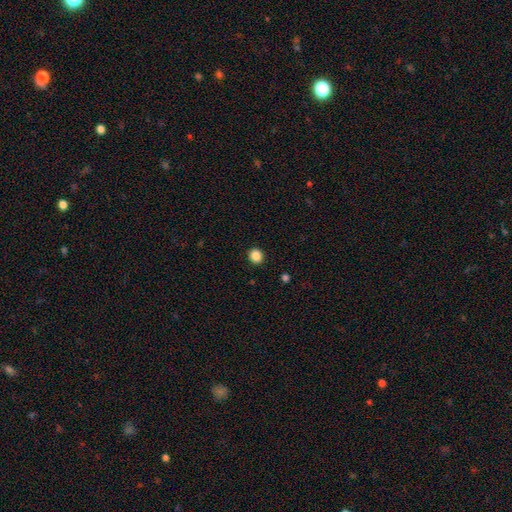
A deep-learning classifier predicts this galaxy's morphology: Smooth or featured?
  - smooth: 87% *
  - star or artifact: 10%
  - featured or disk: 3%
How rounded?
  - round: 85% *
  - in between: 14%
  - cigar-shaped: 1%
Merging?
  - none: 92% *
  - minor disturbance: 5%
  - major disturbance: 2%
  - merger: 1%